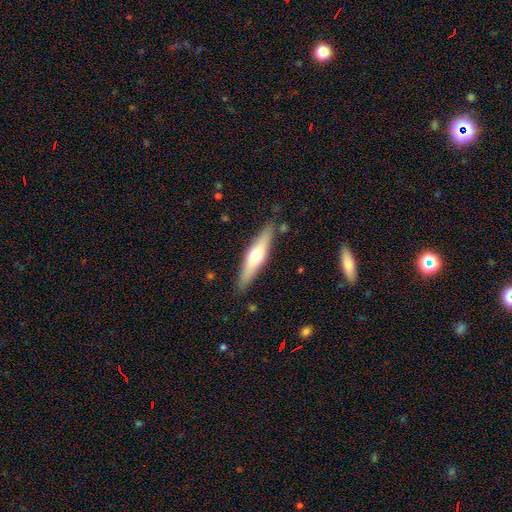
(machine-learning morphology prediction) type=featured or disk (49%); merging=none (86%).